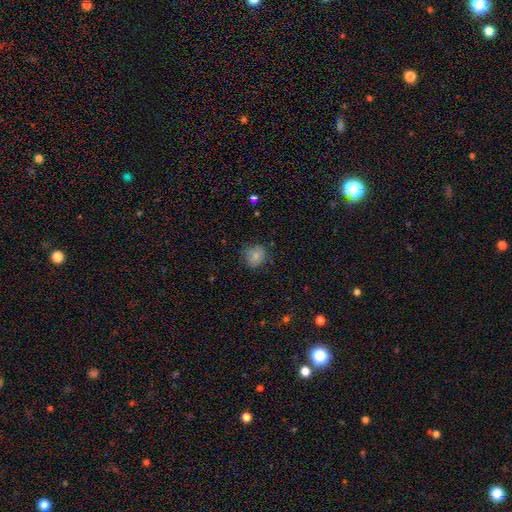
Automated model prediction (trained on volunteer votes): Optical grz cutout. It shows a smooth galaxy with no disk features (79%) that is round (80%). Merging: none (75%).